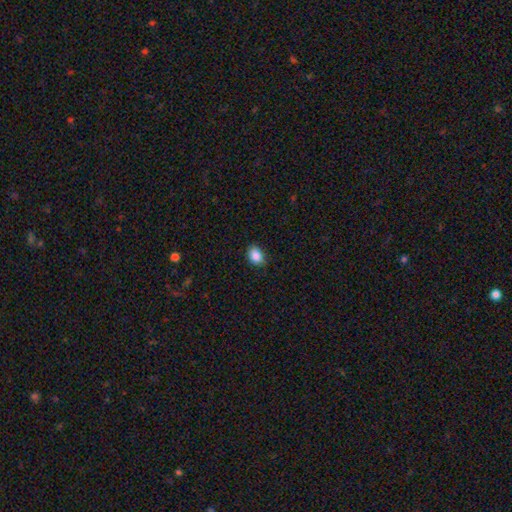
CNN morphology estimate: This appears to be a smooth galaxy with no disk features (88%) that is in between round and cigar-shaped (71%). Merging: none (81%).